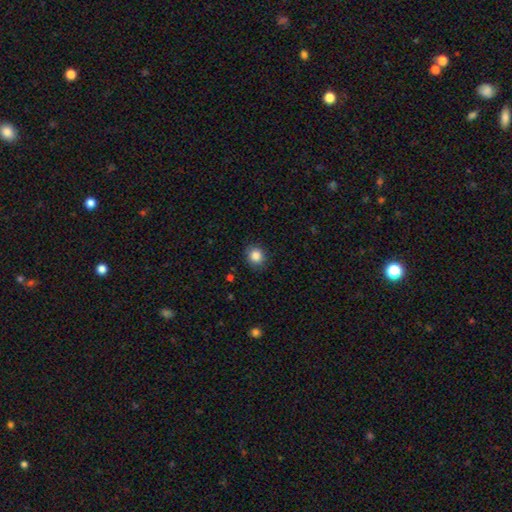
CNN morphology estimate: This appears to be a smooth galaxy with no disk features (86%) that is round (79%). Merging: none (87%).